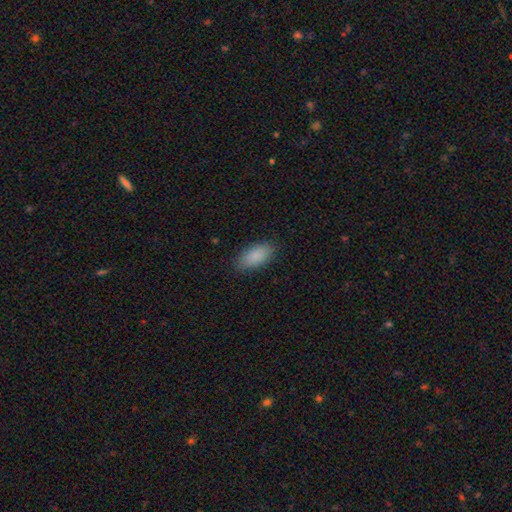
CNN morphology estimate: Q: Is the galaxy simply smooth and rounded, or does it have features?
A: smooth — 89%.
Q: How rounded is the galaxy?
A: in between — 91%.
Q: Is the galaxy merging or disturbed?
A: none — 86%.